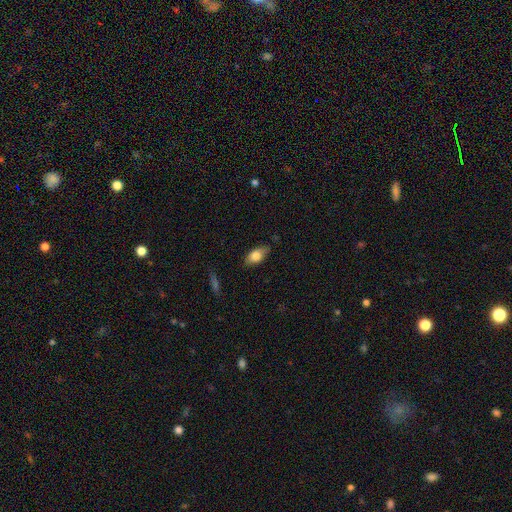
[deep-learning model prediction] smooth-or-featured: smooth: 77% | featured or disk: 17% | star or artifact: 7%
  how-rounded: in between: 88% | cigar-shaped: 7% | round: 4%
  merging: none: 76% | minor disturbance: 19% | major disturbance: 3% | merger: 1%